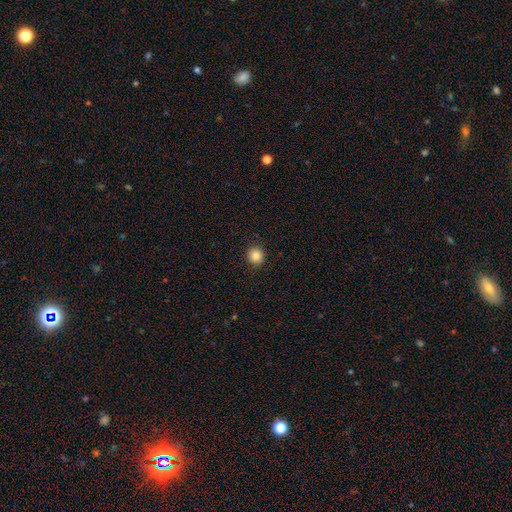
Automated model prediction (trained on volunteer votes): This is clearly a smooth galaxy (86%). How rounded: clearly round (92%). Merging: clearly none (91%).